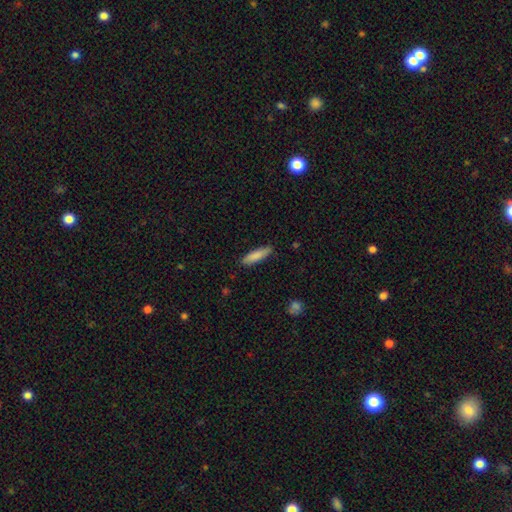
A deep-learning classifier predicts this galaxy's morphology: Smooth or featured? Predicted: smooth (p=0.84). How rounded? Predicted: cigar-shaped (p=0.74). Merging? Predicted: none (p=0.87).